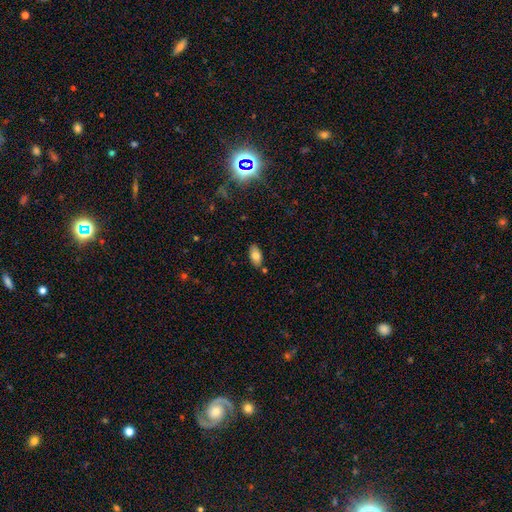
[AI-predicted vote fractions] The model was most divided on "smooth or featured": smooth: 78%, featured or disk: 14%, star or artifact: 8%. More confident: how rounded — in between (92%); merging — none (82%).